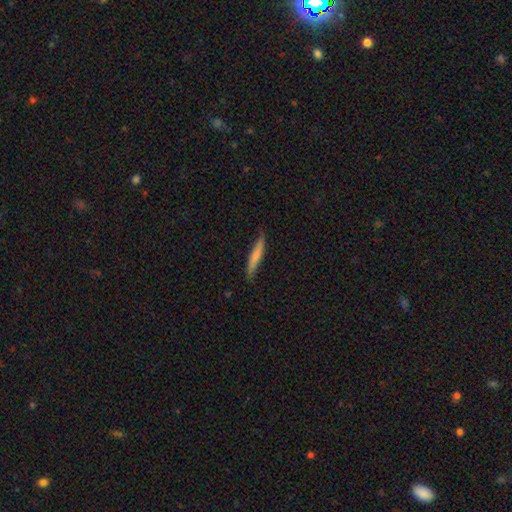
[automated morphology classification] A smooth galaxy with no disk features (67%) that is cigar-shaped (93%).

Vote fractions:
- Smooth or featured? smooth: 67% / featured or disk: 27% / star or artifact: 5%
- How rounded? cigar-shaped: 93% / in between: 6% / round: 1%
- Merging? none: 77% / minor disturbance: 19% / major disturbance: 3% / merger: 1%